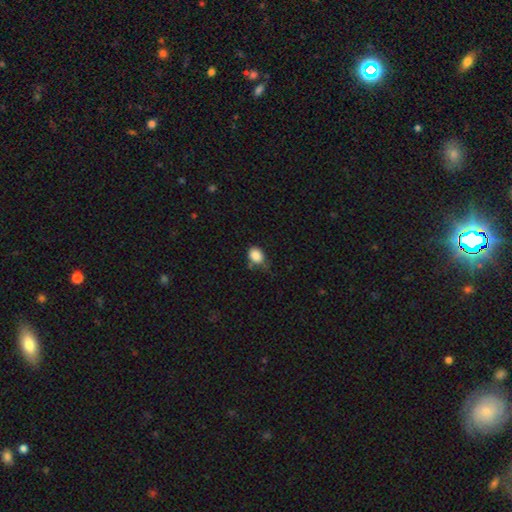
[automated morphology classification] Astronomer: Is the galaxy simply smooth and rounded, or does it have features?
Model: smooth — 86%.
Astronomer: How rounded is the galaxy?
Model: in between — 60% (runner-up: round, 39%).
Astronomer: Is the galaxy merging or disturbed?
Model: none — 51% (runner-up: minor disturbance, 35%).